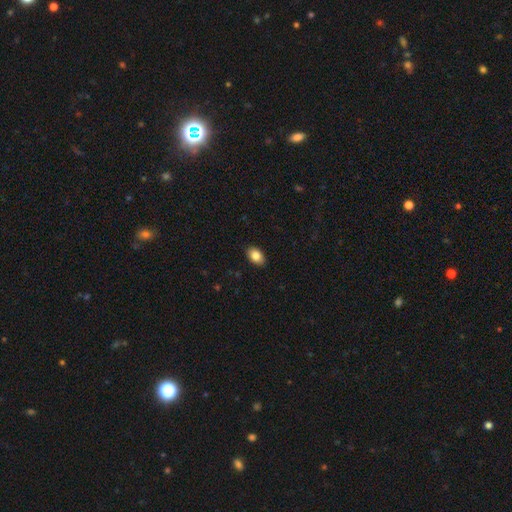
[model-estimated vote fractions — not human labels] smooth 84%, featured or disk 8%, star or artifact 7%. Down the decision tree: how rounded — in between (88%); merging — none (89%).